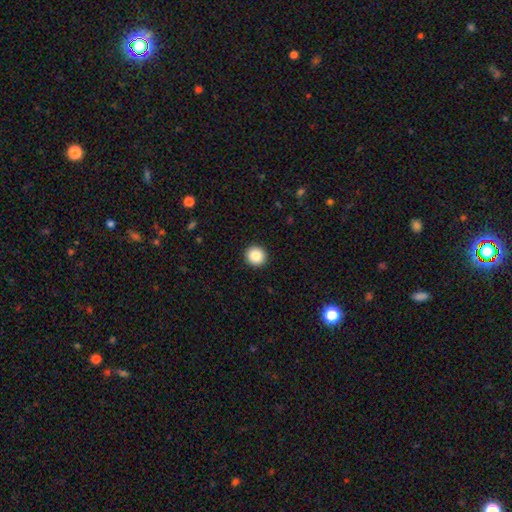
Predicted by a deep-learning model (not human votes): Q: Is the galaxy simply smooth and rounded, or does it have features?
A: smooth — 86%.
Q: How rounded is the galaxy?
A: round — 94%.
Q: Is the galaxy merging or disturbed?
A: none — 93%.